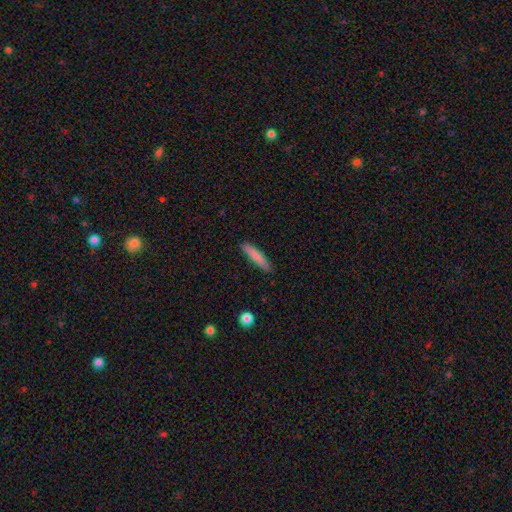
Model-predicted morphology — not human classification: smooth_or_featured: smooth (p=0.81) [alt: featured or disk p=0.13]
how_rounded: cigar-shaped (p=0.89) [alt: in between p=0.10]
merging: none (p=0.88) [alt: minor disturbance p=0.09]